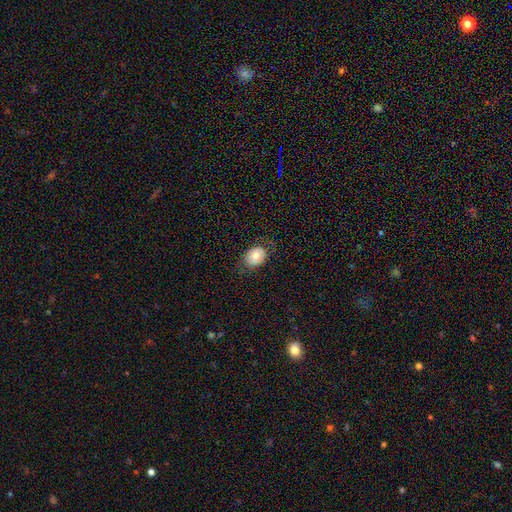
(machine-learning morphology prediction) Q: Smooth or featured?
A: smooth (69%); runner-up: featured or disk (22%)
Q: How rounded?
A: in between (63%); runner-up: round (36%)
Q: Merging?
A: none (75%); runner-up: minor disturbance (16%)